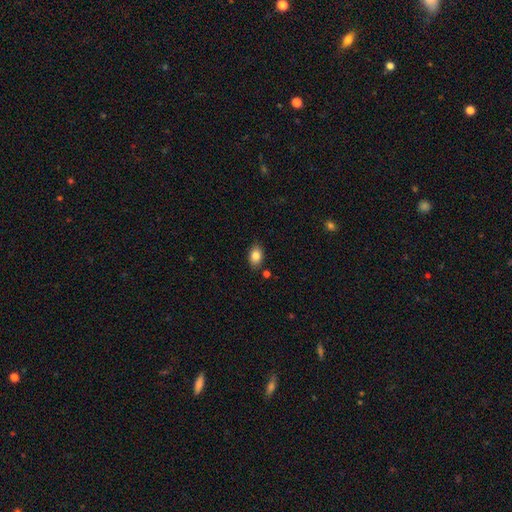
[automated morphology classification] Smooth or featured? Predicted: smooth (p=0.84). How rounded? Predicted: in between (p=0.84). Merging? Predicted: none (p=0.83).